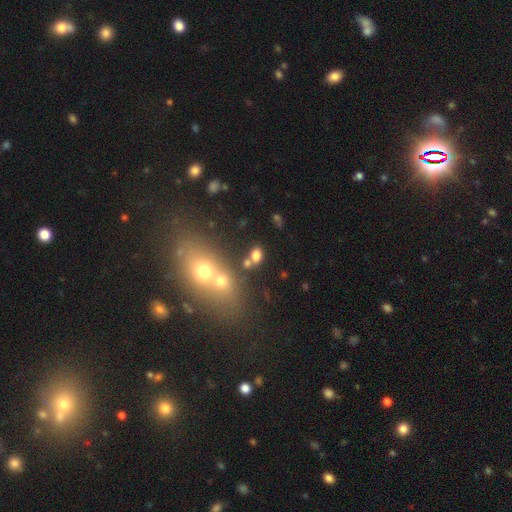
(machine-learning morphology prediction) Smooth or featured? smooth (74%)
How rounded? in between (69%)
Merging? none (57%)